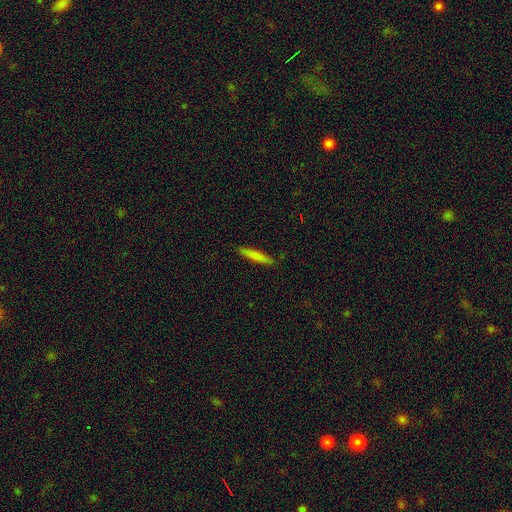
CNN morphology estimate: Smooth or featured? Predicted: smooth (p=0.78). How rounded? Predicted: cigar-shaped (p=0.93). Merging? Predicted: none (p=0.89).